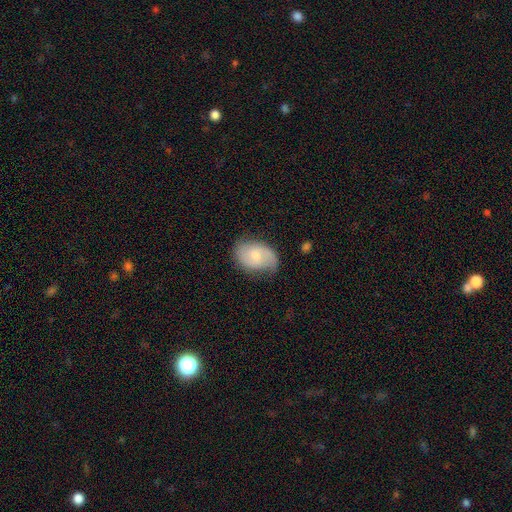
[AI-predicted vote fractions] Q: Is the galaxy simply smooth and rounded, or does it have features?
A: featured or disk — 56%.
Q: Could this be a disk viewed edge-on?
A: no — 96%.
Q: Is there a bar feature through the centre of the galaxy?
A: no — 54%.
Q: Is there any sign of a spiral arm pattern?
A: yes — 86%.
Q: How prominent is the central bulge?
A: moderate — 52%.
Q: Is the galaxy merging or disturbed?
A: none — 68%.